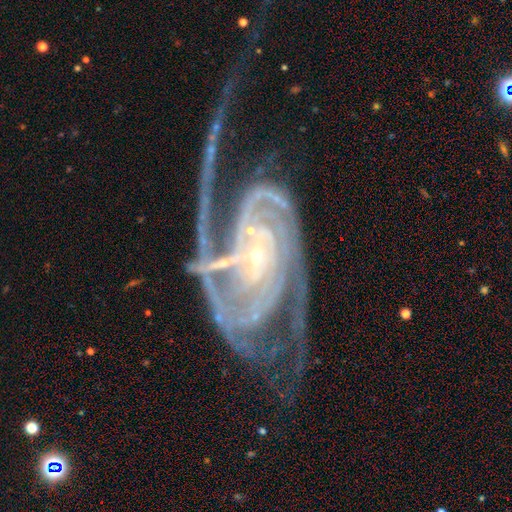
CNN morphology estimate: Smooth or featured?
  - featured or disk: 92% *
  - star or artifact: 6%
  - smooth: 3%
Edge-on disk?
  - no: 97% *
  - yes: 3%
Bar?
  - no: 54% *
  - weak: 27%
  - strong: 19%
Spiral arms?
  - yes: 98% *
  - no: 2%
Spiral winding?
  - tight: 49% *
  - medium: 39%
  - loose: 12%
Spiral arm count?
  - 2: 46% *
  - 3: 19%
  - can't tell: 13%
  - 4: 9%
  - more than 4: 7%
  - 1: 7%
Bulge size?
  - small: 84% *
  - moderate: 10%
  - none: 4%
  - large: 1%
  - dominant: 1%
Merging?
  - none: 33% *
  - major disturbance: 31%
  - merger: 20%
  - minor disturbance: 16%